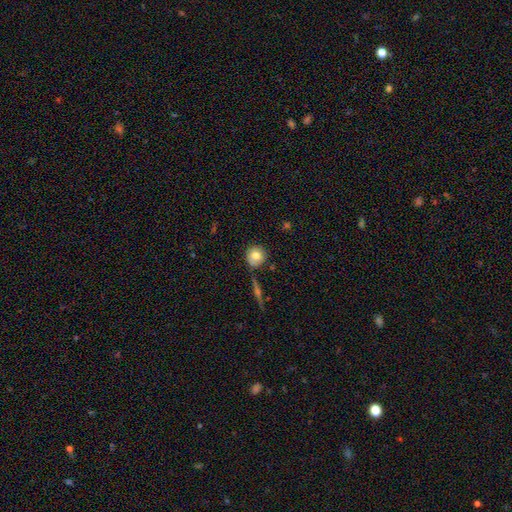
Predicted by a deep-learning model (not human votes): A smooth galaxy with no disk features (73%) that is round (90%). Merging: none (79%).